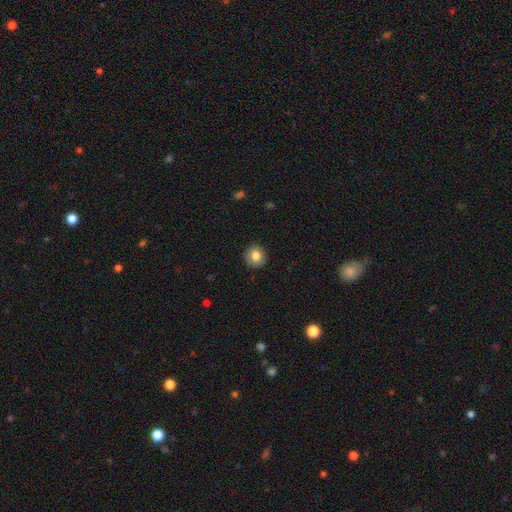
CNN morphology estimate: The model was most divided on "smooth or featured": smooth: 82%, featured or disk: 9%, star or artifact: 9%. More confident: merging — none (90%); how rounded — round (87%).